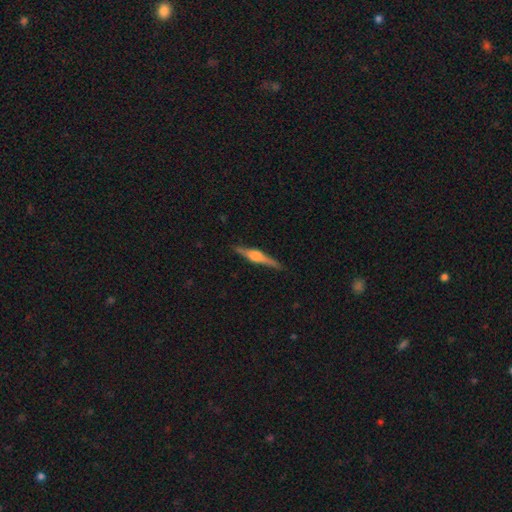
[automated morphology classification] This is likely a featured or disk galaxy (77%). It is clearly viewed edge-on (98%). Edge-on bulge: clearly rounded (83%). Merging: clearly none (89%).